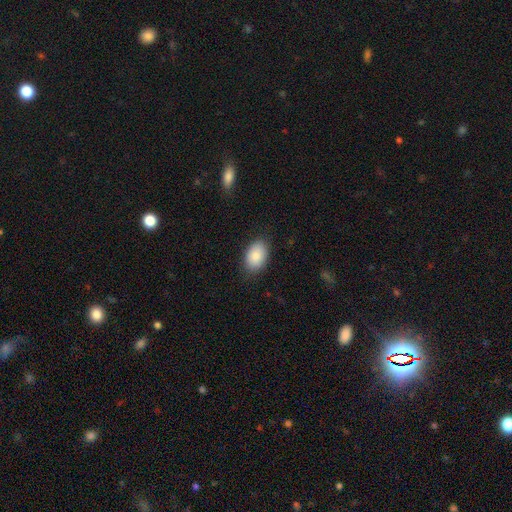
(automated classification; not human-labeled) Morphology: type=smooth (86%); roundness=in between (88%); merging=none (85%).